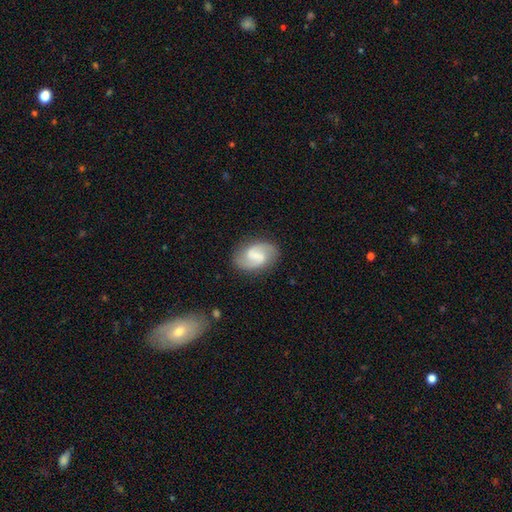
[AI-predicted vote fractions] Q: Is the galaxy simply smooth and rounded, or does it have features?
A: featured or disk — 78%.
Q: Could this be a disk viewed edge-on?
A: no — 98%.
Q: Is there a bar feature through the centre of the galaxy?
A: weak — 56%.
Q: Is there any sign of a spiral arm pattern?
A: yes — 95%.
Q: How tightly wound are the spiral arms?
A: medium — 51%.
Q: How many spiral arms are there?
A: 2 — 92%.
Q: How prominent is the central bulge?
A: none — 38%.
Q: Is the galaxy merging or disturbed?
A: none — 82%.